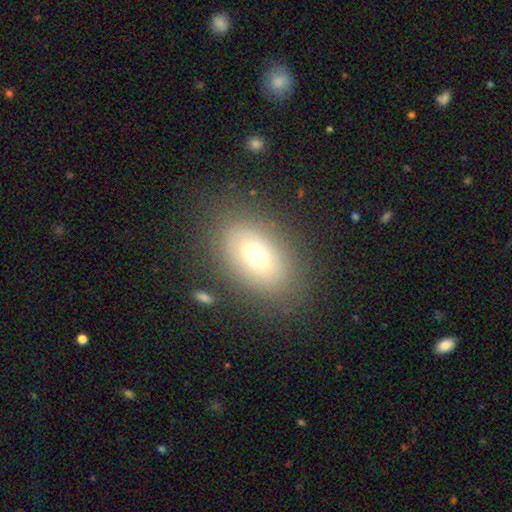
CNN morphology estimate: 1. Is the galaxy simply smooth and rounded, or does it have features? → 61% smooth, 29% featured or disk, 11% star or artifact.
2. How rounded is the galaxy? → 86% in between, 12% round, 2% cigar-shaped.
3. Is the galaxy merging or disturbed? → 79% none, 12% minor disturbance, 7% major disturbance, 2% merger.